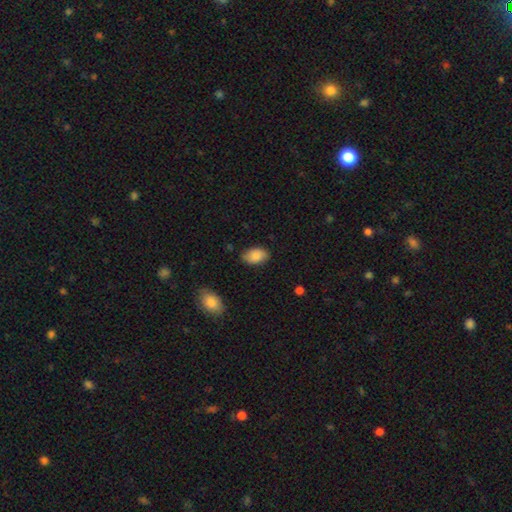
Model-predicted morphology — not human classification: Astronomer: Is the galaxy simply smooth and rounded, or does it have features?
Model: smooth — 86%.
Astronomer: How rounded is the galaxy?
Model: in between — 91%.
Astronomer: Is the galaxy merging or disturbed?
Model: none — 81%.